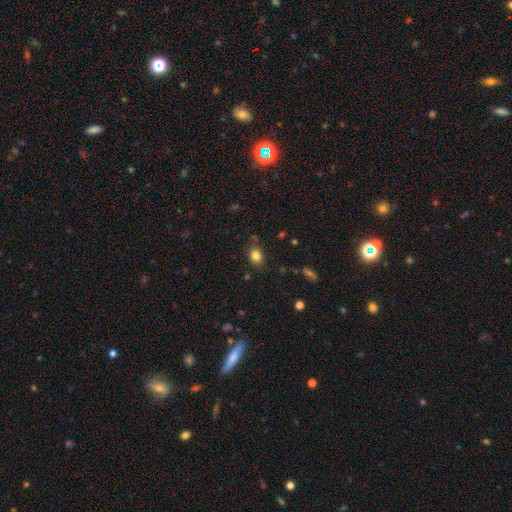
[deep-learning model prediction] Overall: smooth (82%). How rounded: round (50%; in between 49%). Merging: none (82%).